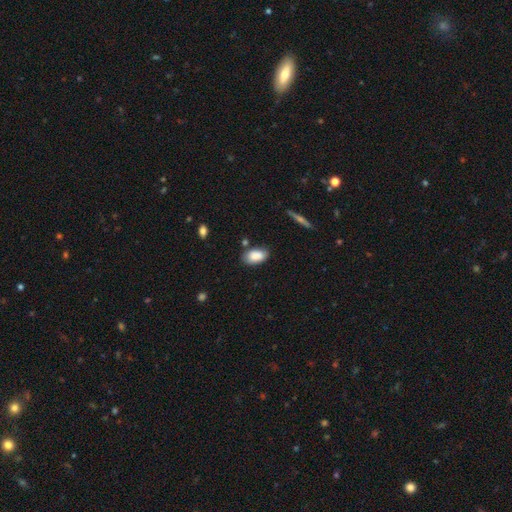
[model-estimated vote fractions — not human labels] This appears to be a smooth galaxy with no disk features (86%) that is in between round and cigar-shaped (93%). Merging: none (74%).